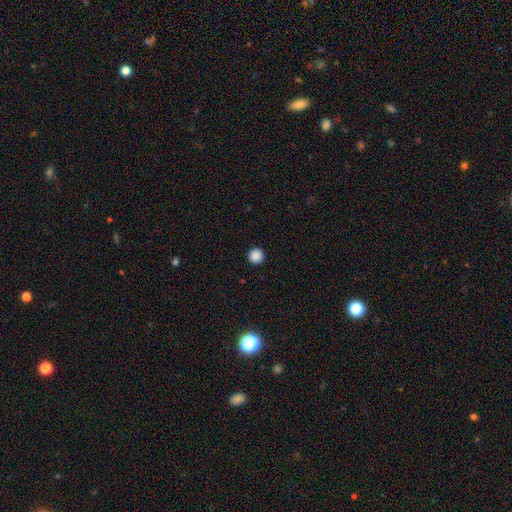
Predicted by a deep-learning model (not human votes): The model was most divided on "smooth or featured": smooth: 88%, star or artifact: 10%, featured or disk: 2%. More confident: how rounded — round (96%); merging — none (93%).